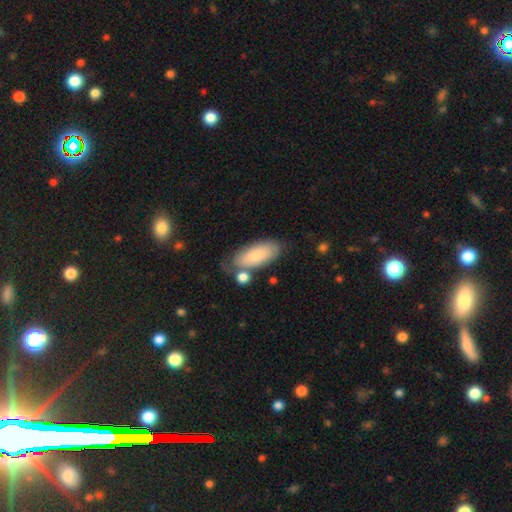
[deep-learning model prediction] A smooth galaxy with no disk features (77%) that is in between round and cigar-shaped (85%).

Vote fractions:
- Smooth or featured? smooth: 77% / featured or disk: 17% / star or artifact: 6%
- How rounded? in between: 85% / cigar-shaped: 13% / round: 2%
- Merging? none: 61% / minor disturbance: 21% / merger: 11% / major disturbance: 7%